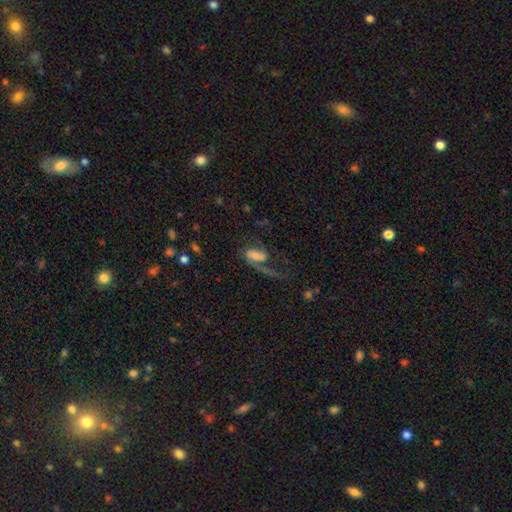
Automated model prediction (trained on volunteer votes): Smooth or featured: featured or disk — 62% (smooth — 25%)
Edge-on disk: no — 94% (yes — 6%)
Bar: weak — 39% (no — 37%)
Spiral arms: yes — 82% (no — 18%)
Bulge size: small — 33% (moderate — 31%)
Merging: major disturbance — 48% (none — 32%)